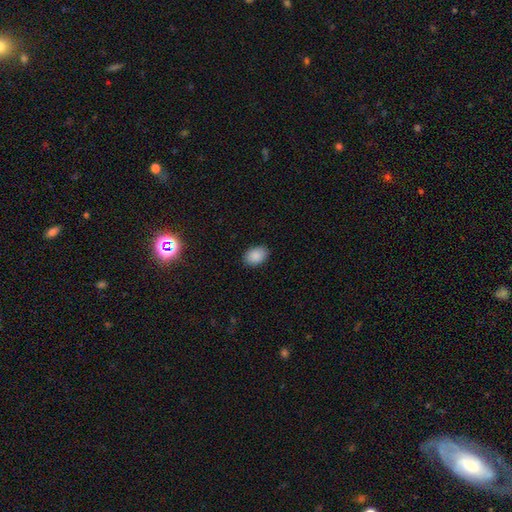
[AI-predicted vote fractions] This appears to be a smooth galaxy with no disk features (89%) that is in between round and cigar-shaped (82%). Merging: none (88%).